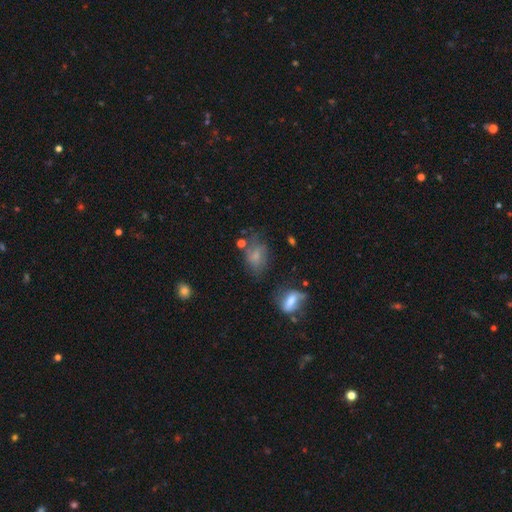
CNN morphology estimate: smooth-or-featured: smooth: 61% | featured or disk: 26% | star or artifact: 13%
  how-rounded: in between: 79% | round: 19% | cigar-shaped: 2%
  merging: none: 47% | minor disturbance: 28% | major disturbance: 17% | merger: 8%